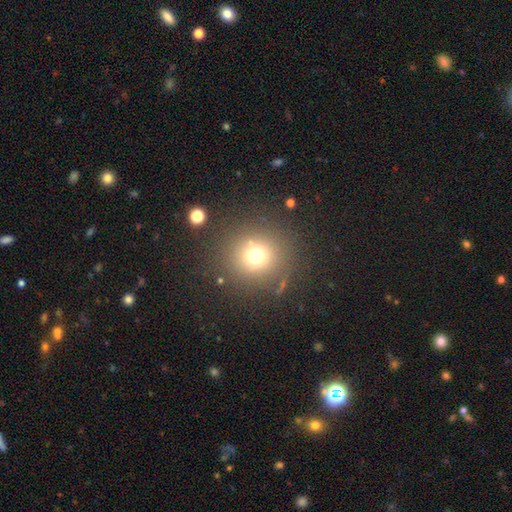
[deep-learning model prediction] Smooth or featured?
  - smooth: 69% *
  - star or artifact: 20%
  - featured or disk: 10%
How rounded?
  - round: 92% *
  - in between: 7%
  - cigar-shaped: 1%
Merging?
  - none: 82% *
  - minor disturbance: 8%
  - major disturbance: 5%
  - merger: 4%